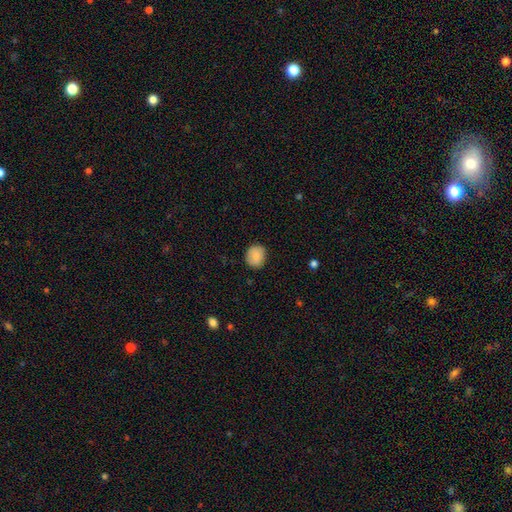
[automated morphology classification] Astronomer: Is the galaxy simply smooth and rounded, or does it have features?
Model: smooth — 86%.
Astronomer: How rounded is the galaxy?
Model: round — 74%.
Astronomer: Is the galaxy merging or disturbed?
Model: none — 86%.